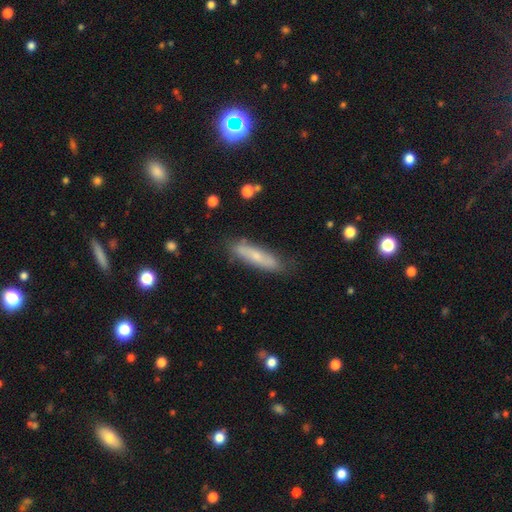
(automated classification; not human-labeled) This appears to be a smooth galaxy with no disk features (56%) that is cigar-shaped (78%). Merging: none (78%).